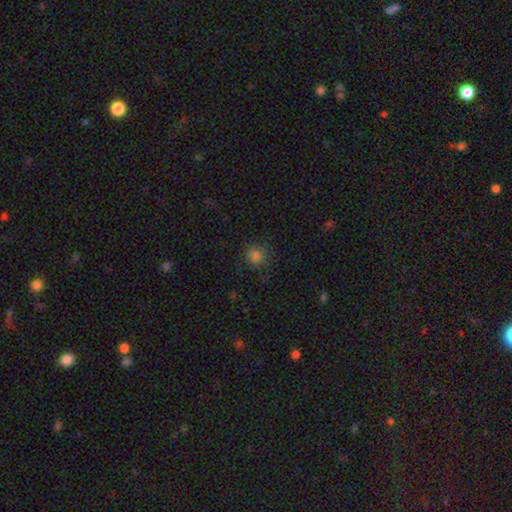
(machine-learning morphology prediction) Smooth or featured?
  - smooth: 81% *
  - star or artifact: 15%
  - featured or disk: 4%
How rounded?
  - round: 90% *
  - in between: 9%
  - cigar-shaped: 1%
Merging?
  - none: 84% *
  - minor disturbance: 11%
  - major disturbance: 4%
  - merger: 1%